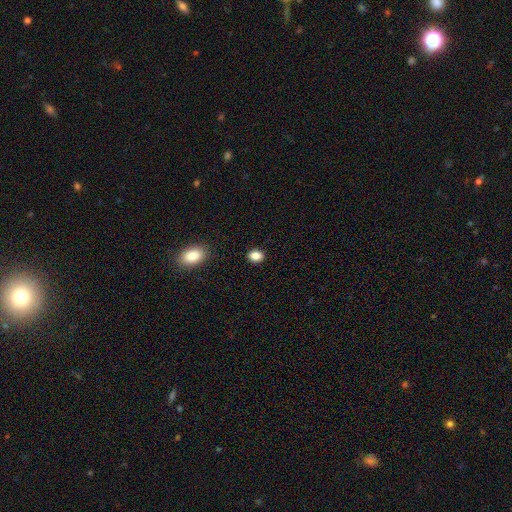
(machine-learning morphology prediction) Smooth or featured: smooth — 86% (star or artifact — 10%)
How rounded: in between — 63% (round — 36%)
Merging: none — 89% (minor disturbance — 7%)